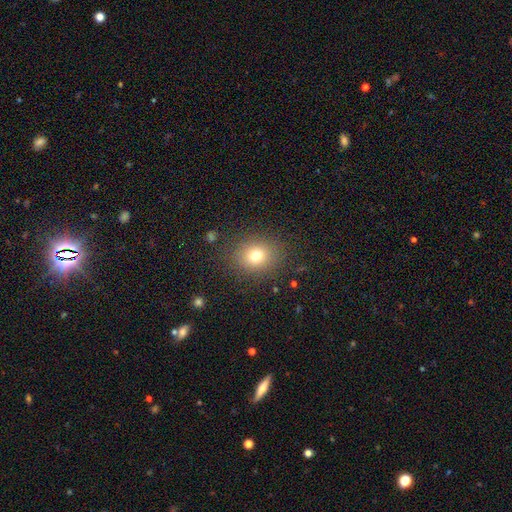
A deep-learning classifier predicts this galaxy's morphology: smooth 75%, star or artifact 15%, featured or disk 11%. Down the decision tree: how rounded — round (67%); merging — none (85%).